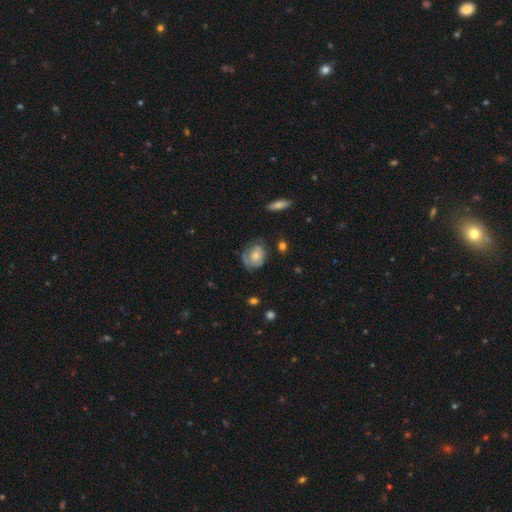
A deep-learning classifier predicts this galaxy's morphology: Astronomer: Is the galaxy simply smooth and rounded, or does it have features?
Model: smooth — 50% (runner-up: featured or disk, 43%).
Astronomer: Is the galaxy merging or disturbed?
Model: none — 50% (runner-up: minor disturbance, 30%).